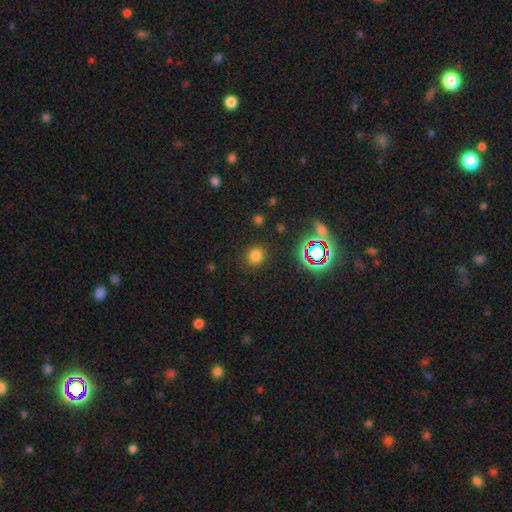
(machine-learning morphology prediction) Overall: smooth (74%). How rounded: round (86%). Merging: none (88%).